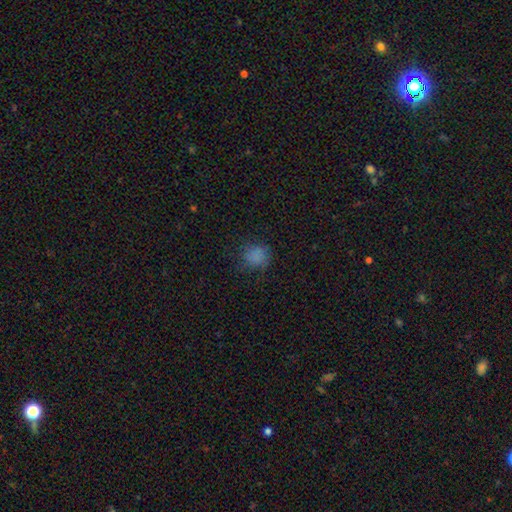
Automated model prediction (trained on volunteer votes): smooth 78%, star or artifact 16%, featured or disk 6%. Down the decision tree: how rounded — round (79%); merging — none (72%).